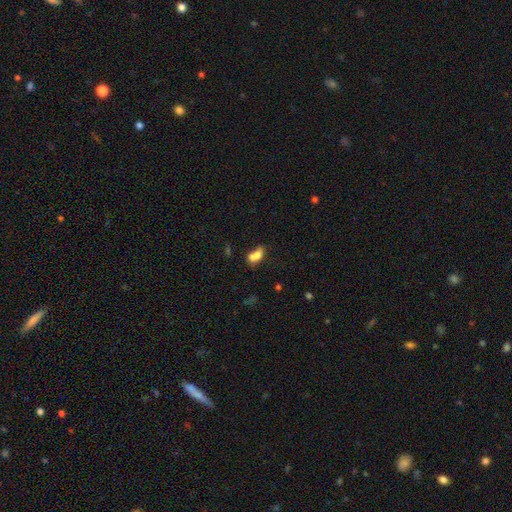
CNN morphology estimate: smooth_or_featured: smooth (p=0.72) [alt: featured or disk p=0.17]
how_rounded: in between (p=0.74) [alt: round p=0.21]
merging: merger (p=0.59) [alt: none p=0.23]